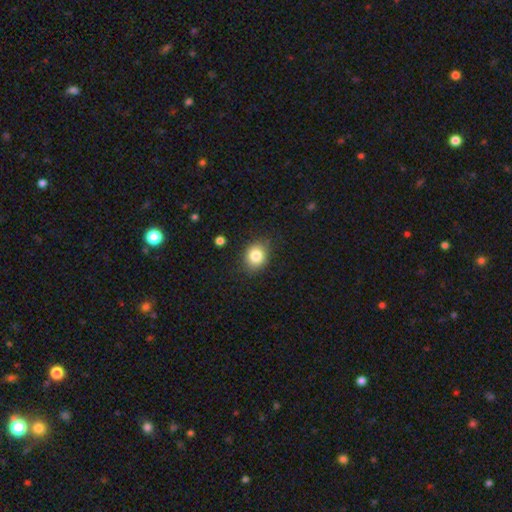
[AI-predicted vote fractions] smooth 82%, star or artifact 10%, featured or disk 8%. Down the decision tree: how rounded — round (64%); merging — none (83%).